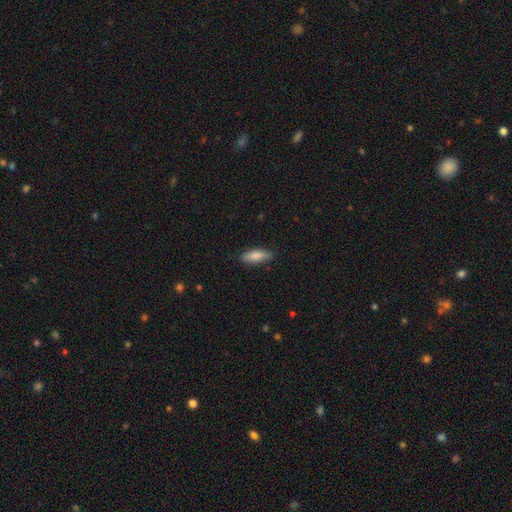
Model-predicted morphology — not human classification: A smooth galaxy with no disk features (83%) that is in between round and cigar-shaped (60%).

Vote fractions:
- Smooth or featured? smooth: 83% / featured or disk: 11% / star or artifact: 6%
- How rounded? in between: 60% / cigar-shaped: 38% / round: 2%
- Merging? none: 83% / minor disturbance: 13% / major disturbance: 2% / merger: 1%